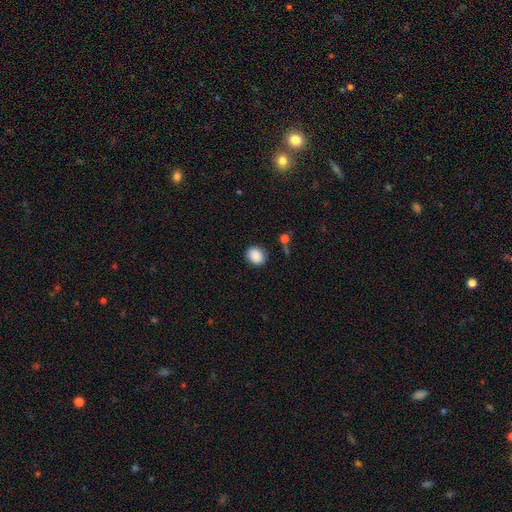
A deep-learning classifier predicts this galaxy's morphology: smooth_or_featured: smooth (p=0.89) [alt: star or artifact p=0.08]
how_rounded: round (p=0.62) [alt: in between p=0.37]
merging: none (p=0.87) [alt: minor disturbance p=0.09]